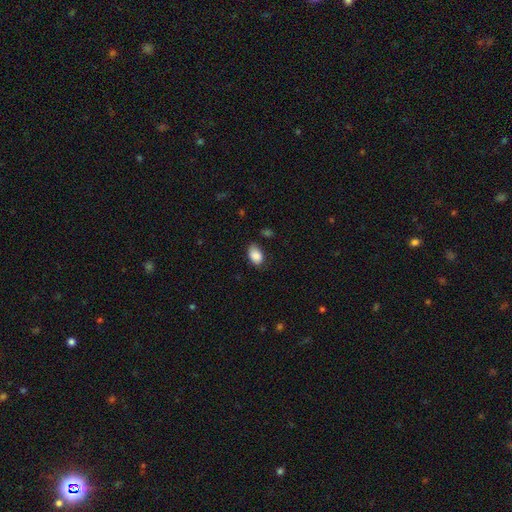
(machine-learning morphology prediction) Q: Smooth or featured?
A: smooth (87%); runner-up: star or artifact (8%)
Q: How rounded?
A: in between (89%); runner-up: round (10%)
Q: Merging?
A: none (69%); runner-up: minor disturbance (24%)